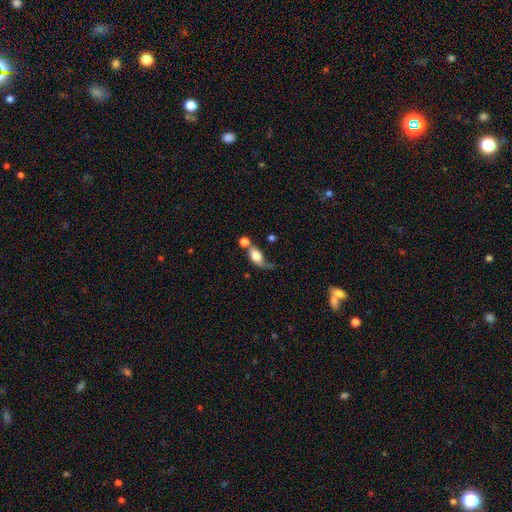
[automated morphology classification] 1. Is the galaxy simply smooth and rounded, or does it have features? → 66% smooth, 25% featured or disk, 9% star or artifact.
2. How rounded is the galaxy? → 77% in between, 16% round, 7% cigar-shaped.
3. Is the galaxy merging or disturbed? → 34% merger, 27% none, 21% major disturbance, 18% minor disturbance.